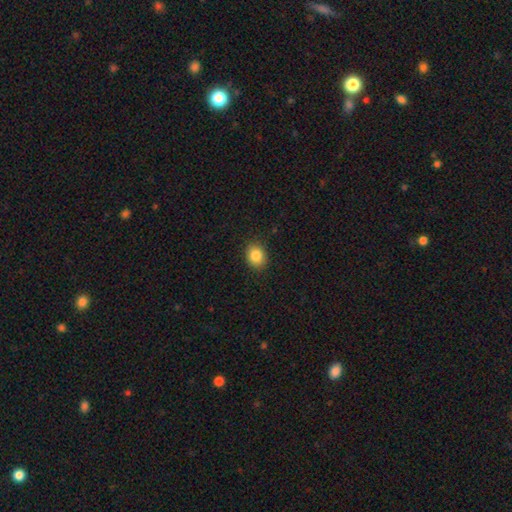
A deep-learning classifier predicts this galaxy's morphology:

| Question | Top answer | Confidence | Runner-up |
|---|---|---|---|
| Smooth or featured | smooth | 85% | star or artifact (10%) |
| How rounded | round | 61% | in between (38%) |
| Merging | none | 89% | minor disturbance (8%) |